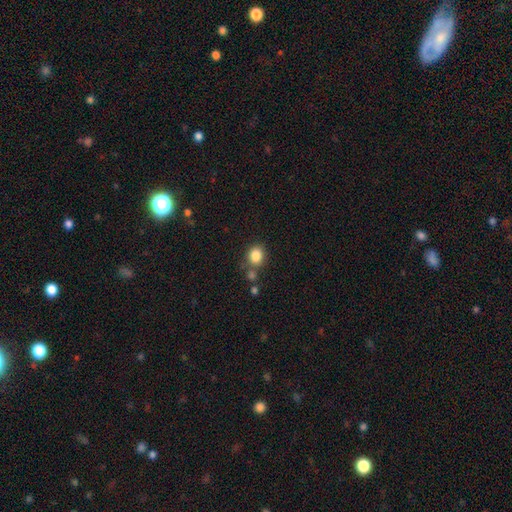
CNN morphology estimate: Smooth or featured? smooth (85%)
How rounded? round (67%)
Merging? none (67%)